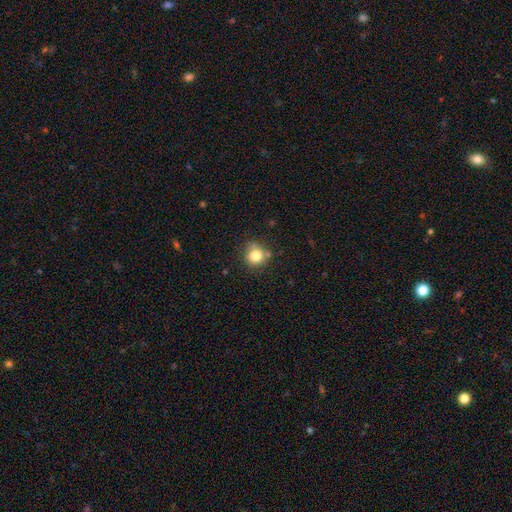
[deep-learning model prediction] The model was most divided on "merging": none: 75%, minor disturbance: 16%, merger: 6%, major disturbance: 4%. More confident: how rounded — round (88%); smooth or featured — smooth (80%).